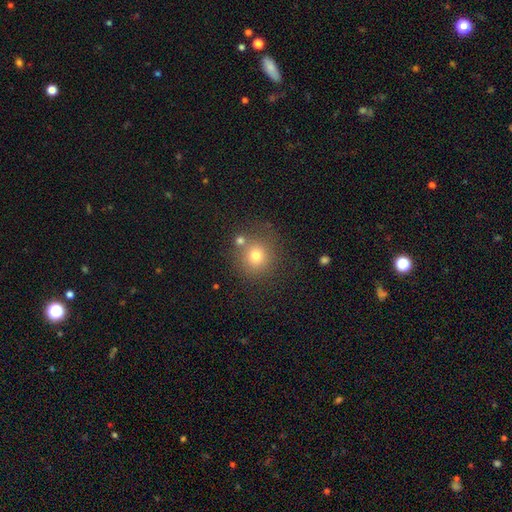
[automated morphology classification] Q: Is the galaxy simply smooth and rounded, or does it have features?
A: smooth — 74%.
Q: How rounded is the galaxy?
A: round — 91%.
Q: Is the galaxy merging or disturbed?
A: none — 71%.